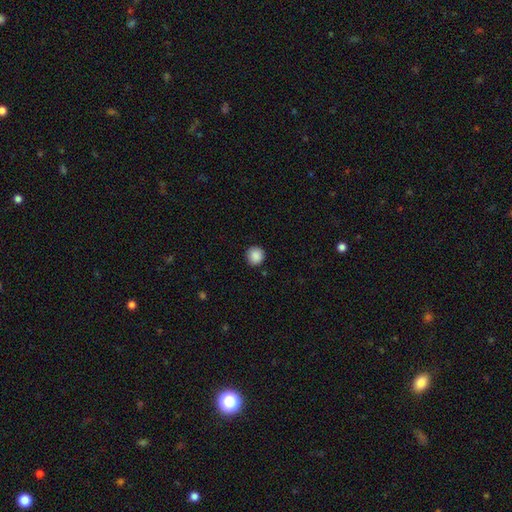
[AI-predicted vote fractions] Smooth or featured? smooth (89%)
How rounded? round (94%)
Merging? none (90%)